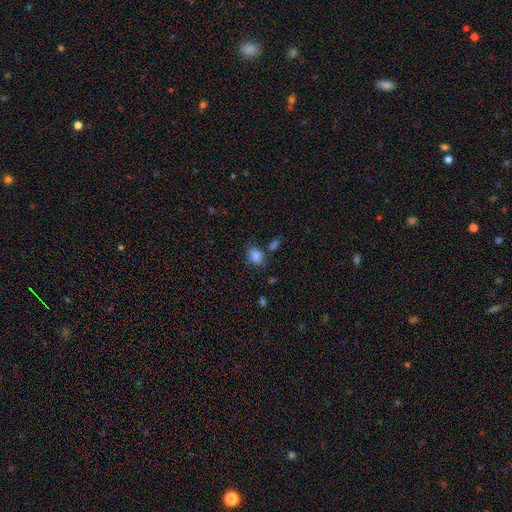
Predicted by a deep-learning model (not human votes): smooth_or_featured: smooth (p=0.84) [alt: star or artifact p=0.10]
how_rounded: in between (p=0.59) [alt: round p=0.39]
merging: none (p=0.64) [alt: minor disturbance p=0.19]